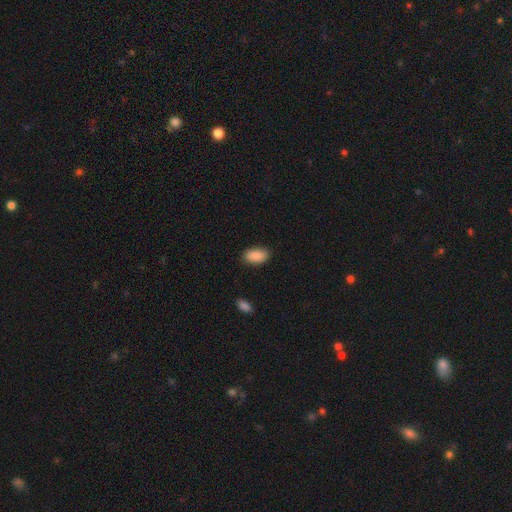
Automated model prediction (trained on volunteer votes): smooth 90%, star or artifact 7%, featured or disk 4%. Down the decision tree: how rounded — in between (94%); merging — none (86%).